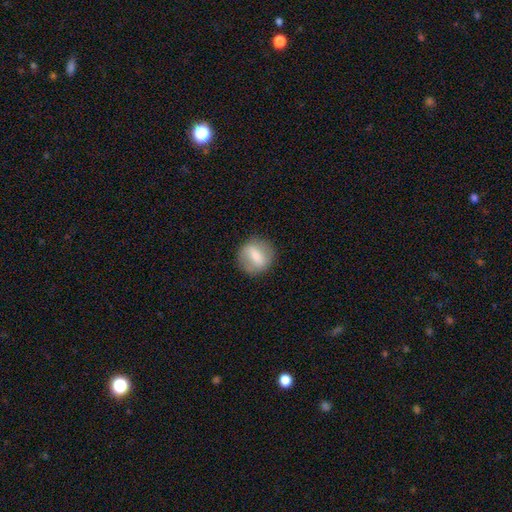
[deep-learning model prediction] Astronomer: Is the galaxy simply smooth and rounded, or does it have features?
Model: smooth — 60%.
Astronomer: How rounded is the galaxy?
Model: round — 78%.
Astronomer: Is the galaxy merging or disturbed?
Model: none — 83%.